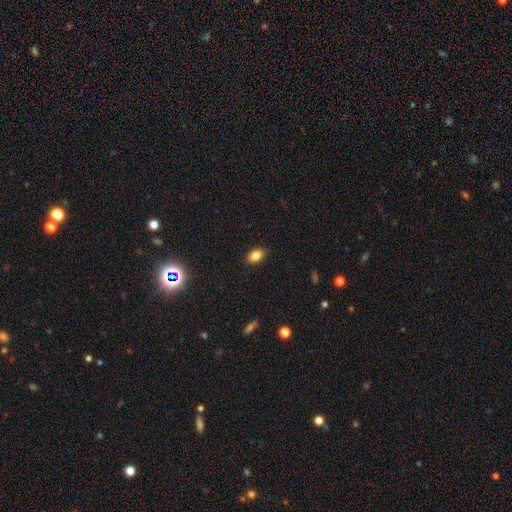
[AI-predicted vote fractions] smooth 84%, star or artifact 10%, featured or disk 6%. Down the decision tree: how rounded — in between (86%); merging — none (89%).